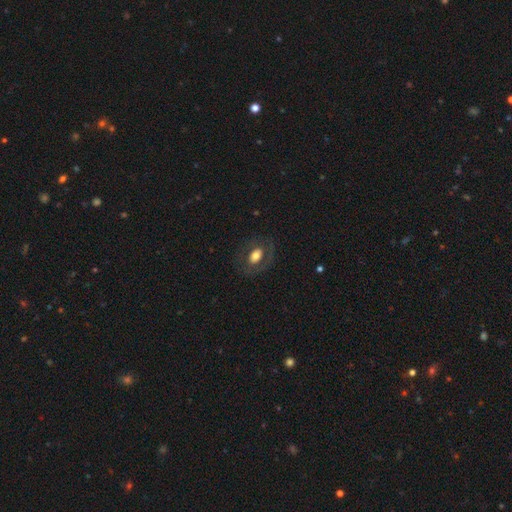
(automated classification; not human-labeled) smooth-or-featured: smooth: 58% | featured or disk: 35% | star or artifact: 8%
  how-rounded: in between: 78% | round: 20% | cigar-shaped: 2%
  merging: none: 76% | minor disturbance: 13% | major disturbance: 10% | merger: 1%